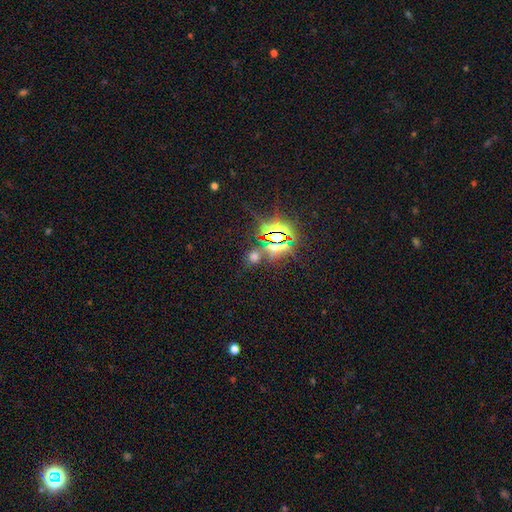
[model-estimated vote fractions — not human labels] Smooth or featured?
  - star or artifact: 79% *
  - smooth: 13%
  - featured or disk: 8%